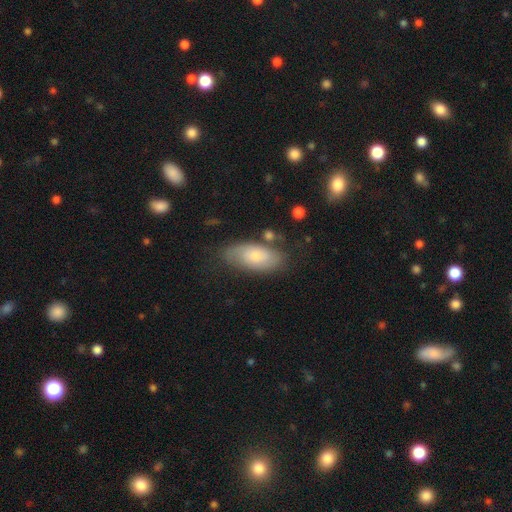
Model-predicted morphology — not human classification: smooth_or_featured: smooth (p=0.60) [alt: featured or disk p=0.33]
how_rounded: in between (p=0.90) [alt: cigar-shaped p=0.06]
merging: none (p=0.68) [alt: minor disturbance p=0.21]